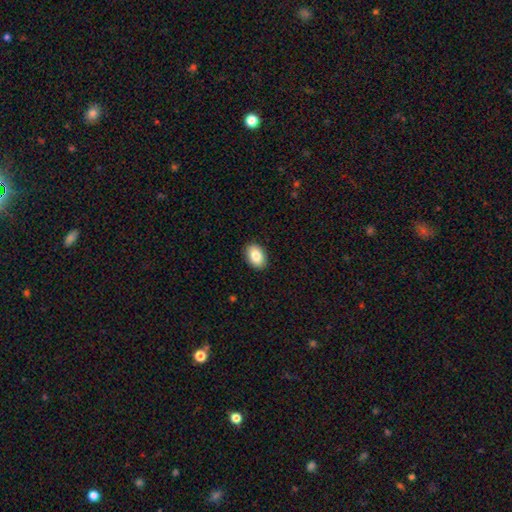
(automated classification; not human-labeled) smooth 85%, featured or disk 7%, star or artifact 7%. Down the decision tree: how rounded — in between (87%); merging — none (90%).